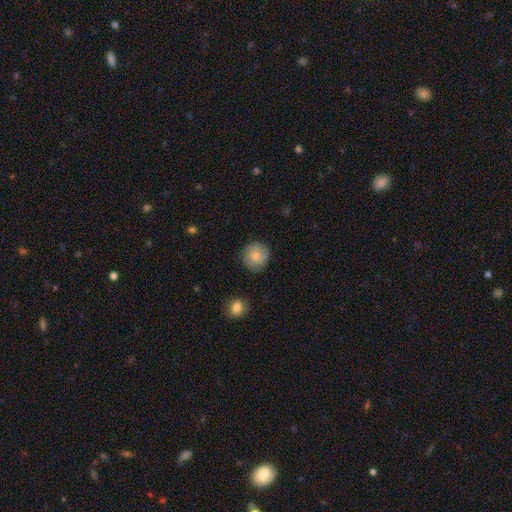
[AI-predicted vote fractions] Smooth or featured?
  - smooth: 67% *
  - featured or disk: 25%
  - star or artifact: 7%
How rounded?
  - round: 91% *
  - in between: 8%
  - cigar-shaped: 1%
Merging?
  - none: 83% *
  - minor disturbance: 13%
  - major disturbance: 3%
  - merger: 1%